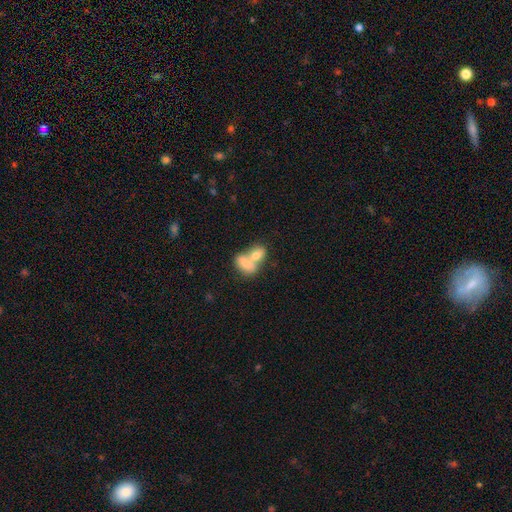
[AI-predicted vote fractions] This is likely a smooth galaxy (71%). How rounded: likely in between (75%). Merging: likely merger (73%).